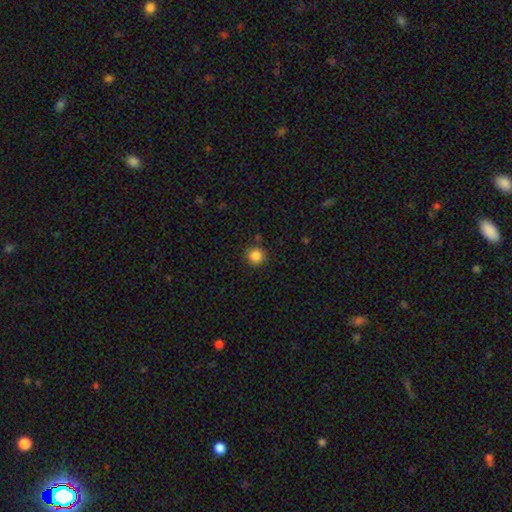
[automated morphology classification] The model was most divided on "smooth or featured": smooth: 86%, star or artifact: 11%, featured or disk: 3%. More confident: how rounded — round (94%); merging — none (88%).